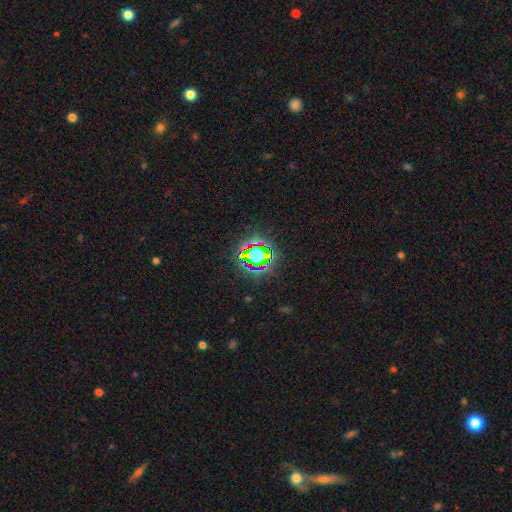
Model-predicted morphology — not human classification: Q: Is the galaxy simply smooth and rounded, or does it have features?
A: star or artifact — 64%.